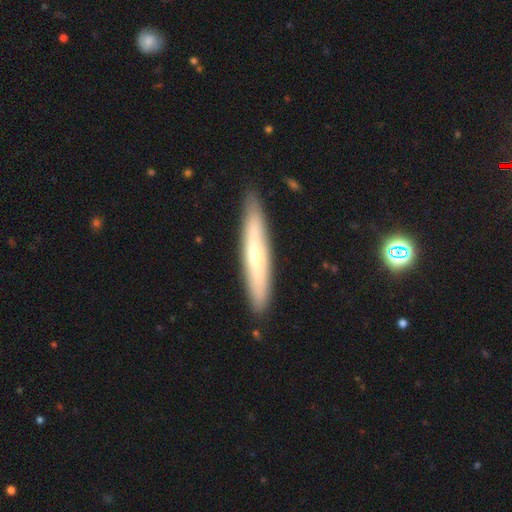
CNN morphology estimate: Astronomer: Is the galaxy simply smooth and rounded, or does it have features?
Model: featured or disk — 54% (runner-up: smooth, 41%).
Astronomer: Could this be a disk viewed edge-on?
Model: yes — 78%.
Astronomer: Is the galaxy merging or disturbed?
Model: none — 87%.